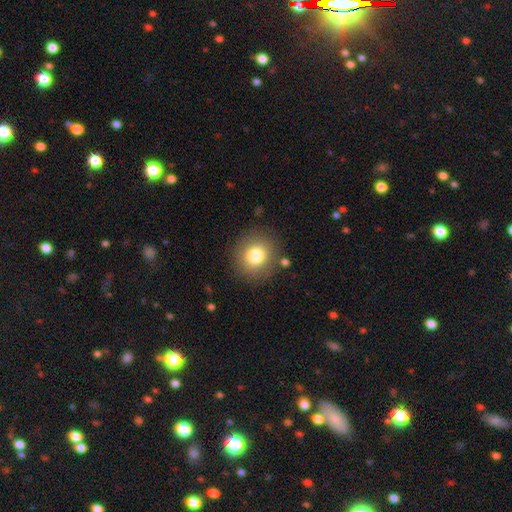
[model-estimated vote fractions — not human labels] smooth-or-featured: smooth: 78% | featured or disk: 11% | star or artifact: 11%
  how-rounded: round: 88% | in between: 11% | cigar-shaped: 1%
  merging: none: 86% | minor disturbance: 8% | major disturbance: 4% | merger: 2%